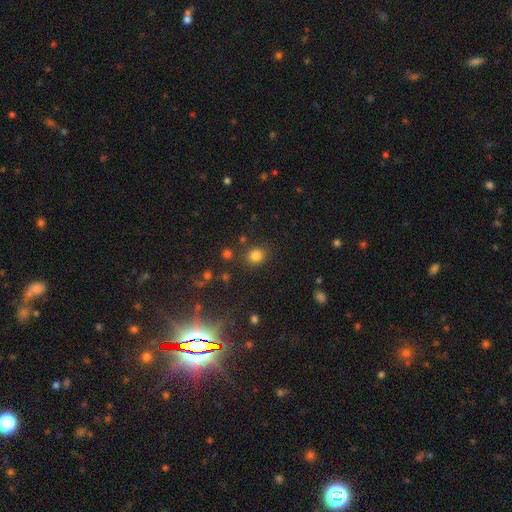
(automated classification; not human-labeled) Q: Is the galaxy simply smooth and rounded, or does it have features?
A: smooth — 82%.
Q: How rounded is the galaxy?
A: round — 74%.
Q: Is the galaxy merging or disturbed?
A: none — 84%.